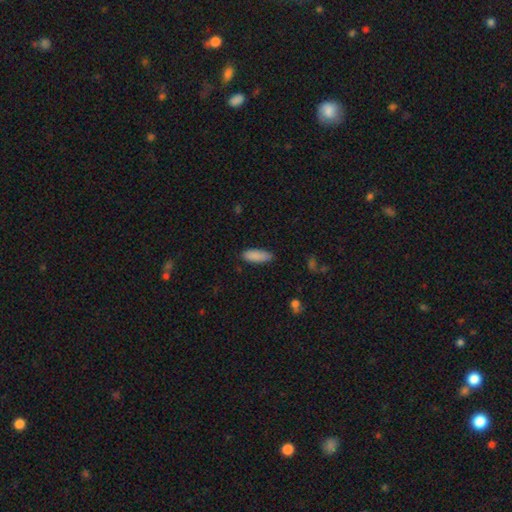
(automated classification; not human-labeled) Smooth or featured?
  - smooth: 89% *
  - star or artifact: 6%
  - featured or disk: 5%
How rounded?
  - in between: 69% *
  - cigar-shaped: 29%
  - round: 2%
Merging?
  - none: 83% *
  - minor disturbance: 13%
  - major disturbance: 2%
  - merger: 1%